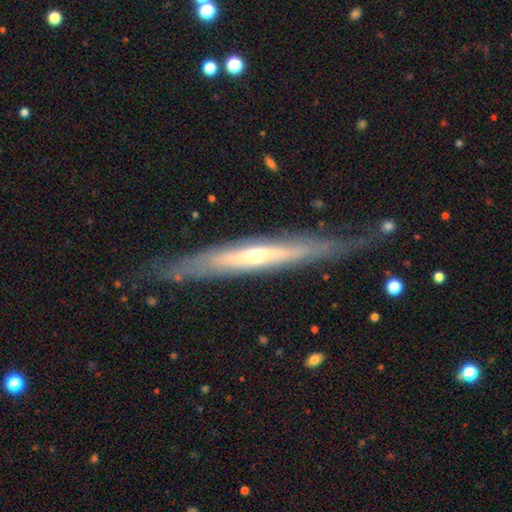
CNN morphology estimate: Smooth or featured: featured or disk — 76% (smooth — 18%)
Edge-on disk: yes — 79% (no — 21%)
Edge-on bulge: rounded — 69% (none — 27%)
Merging: none — 73% (minor disturbance — 19%)